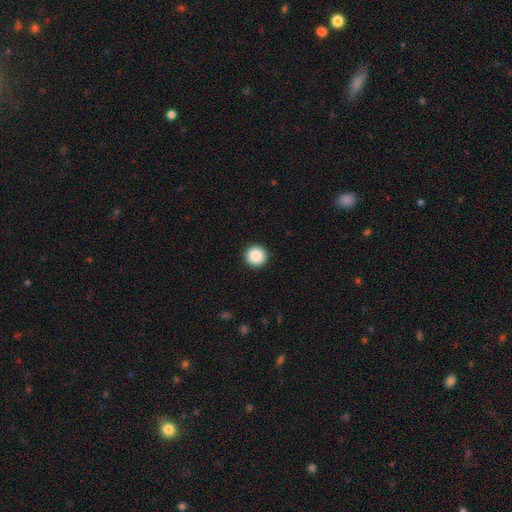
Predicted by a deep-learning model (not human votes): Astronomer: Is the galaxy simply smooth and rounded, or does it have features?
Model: smooth — 89%.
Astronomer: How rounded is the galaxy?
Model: round — 96%.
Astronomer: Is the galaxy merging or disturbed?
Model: none — 93%.